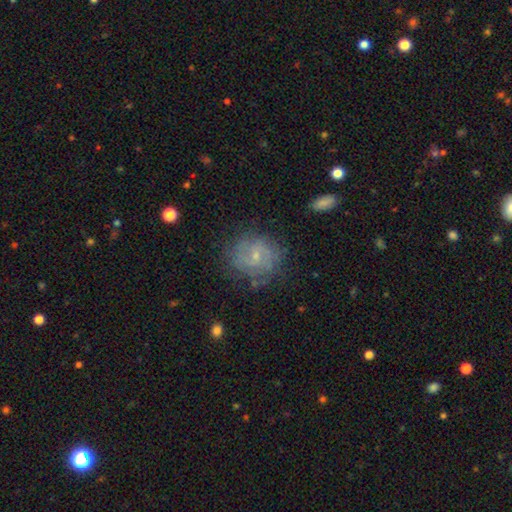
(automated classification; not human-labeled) The model was most divided on "bar": no: 48%, weak: 44%, strong: 8%. More confident: edge-on disk — no (97%); bulge size — small (72%); spiral arms — yes (70%); merging — none (69%); smooth or featured — featured or disk (57%).